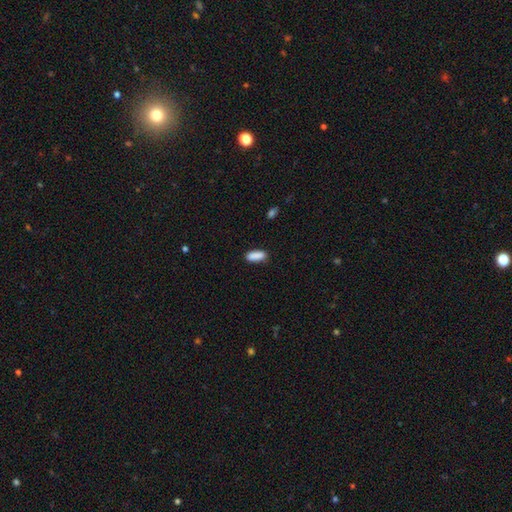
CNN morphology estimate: smooth_or_featured: smooth (p=0.89) [alt: star or artifact p=0.07]
how_rounded: in between (p=0.67) [alt: cigar-shaped p=0.31]
merging: none (p=0.85) [alt: minor disturbance p=0.11]